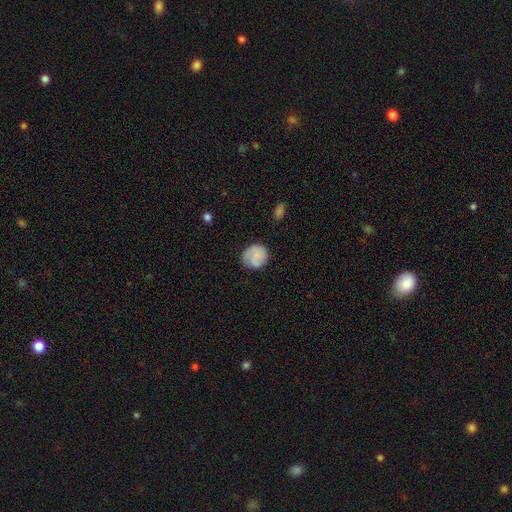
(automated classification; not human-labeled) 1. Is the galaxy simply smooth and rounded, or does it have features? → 66% smooth, 26% featured or disk, 8% star or artifact.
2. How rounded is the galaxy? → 85% round, 14% in between, 1% cigar-shaped.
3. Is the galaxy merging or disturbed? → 71% none, 21% minor disturbance, 7% major disturbance, 2% merger.